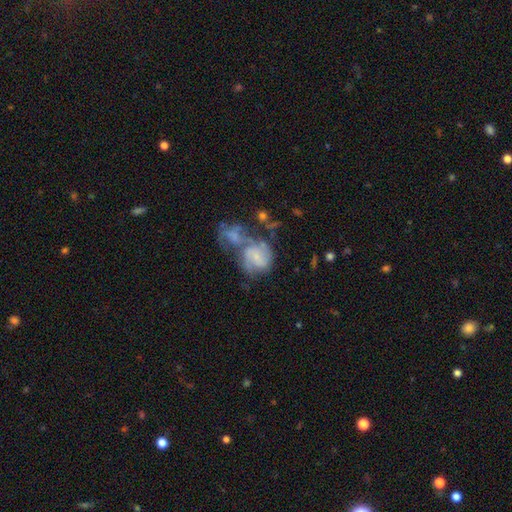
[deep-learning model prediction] Morphology: type=featured or disk (66%); edge-on=no (98%); bar=no (64%); spiral arms=yes (82%); winding=tight (42%); arm count=2 (42%); bulge=small (63%); merging=merger (59%).